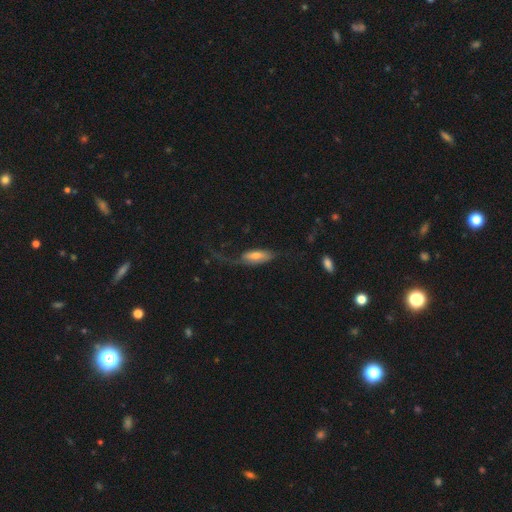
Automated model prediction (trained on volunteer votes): Smooth or featured? Predicted: smooth (p=0.51). How rounded? Predicted: in between (p=0.70). Merging? Predicted: major disturbance (p=0.46).